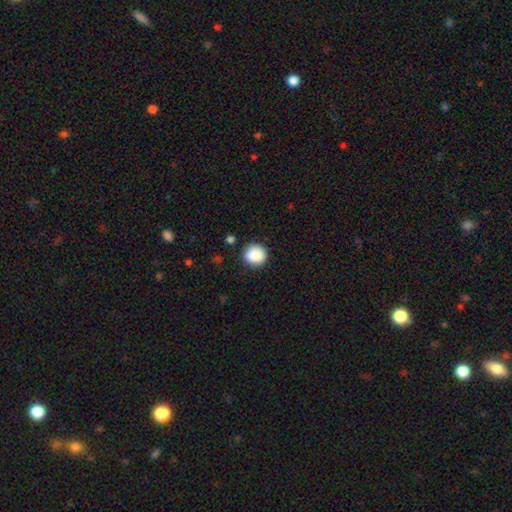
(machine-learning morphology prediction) Smooth or featured?
  - smooth: 88% *
  - star or artifact: 8%
  - featured or disk: 4%
How rounded?
  - round: 84% *
  - in between: 15%
  - cigar-shaped: 1%
Merging?
  - none: 84% *
  - minor disturbance: 11%
  - major disturbance: 3%
  - merger: 2%